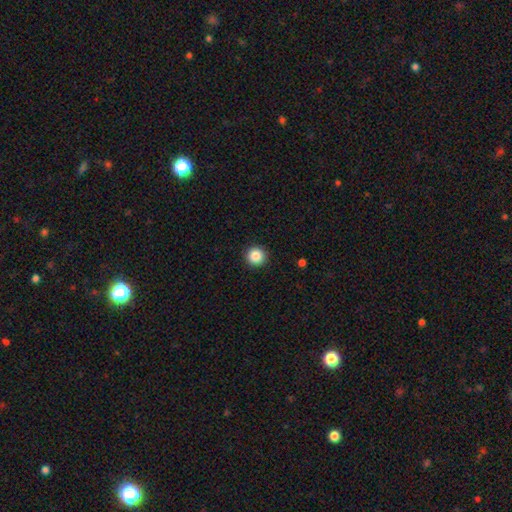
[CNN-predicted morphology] A smooth galaxy with no disk features (86%) that is round (95%). Merging: none (93%).